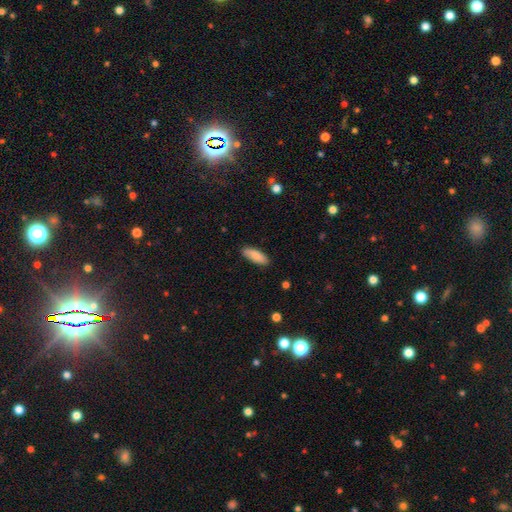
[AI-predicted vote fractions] The model was most divided on "how rounded": in between: 68%, cigar-shaped: 30%, round: 2%. More confident: smooth or featured — smooth (88%); merging — none (88%).